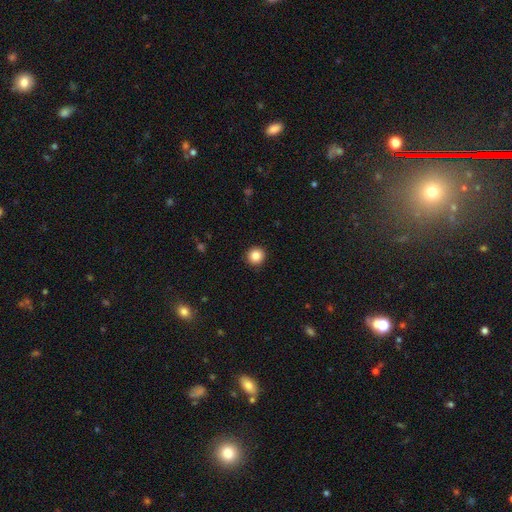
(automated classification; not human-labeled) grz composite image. It shows a smooth galaxy with no disk features (85%) that is round (95%). Merging: none (93%).